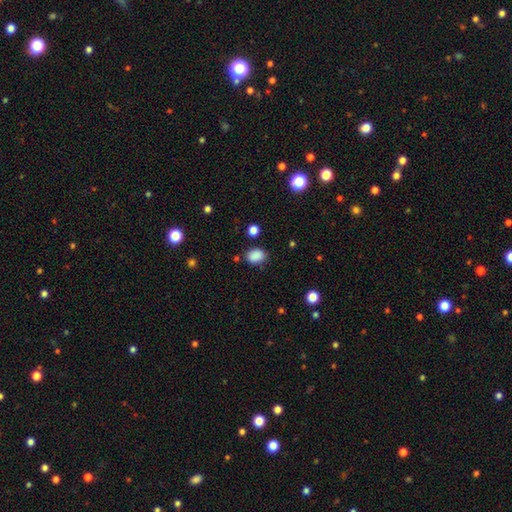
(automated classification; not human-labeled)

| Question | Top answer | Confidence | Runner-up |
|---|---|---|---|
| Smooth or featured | smooth | 87% | star or artifact (10%) |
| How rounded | in between | 73% | round (26%) |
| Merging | none | 79% | minor disturbance (14%) |